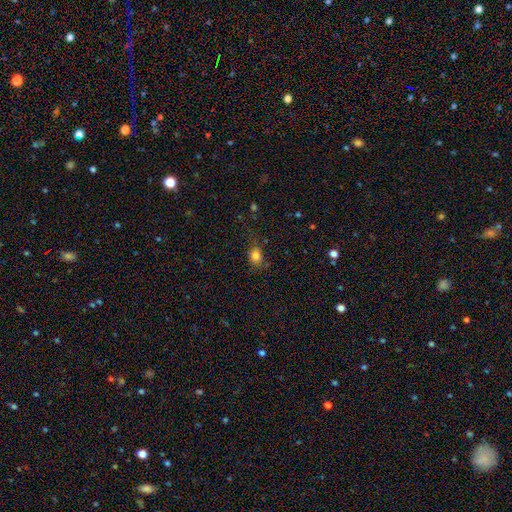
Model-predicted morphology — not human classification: A smooth galaxy with no disk features (79%) that is round (51%).

Vote fractions:
- Smooth or featured? smooth: 79% / star or artifact: 13% / featured or disk: 8%
- How rounded? round: 51% / in between: 47% / cigar-shaped: 2%
- Merging? none: 58% / minor disturbance: 25% / major disturbance: 14% / merger: 3%